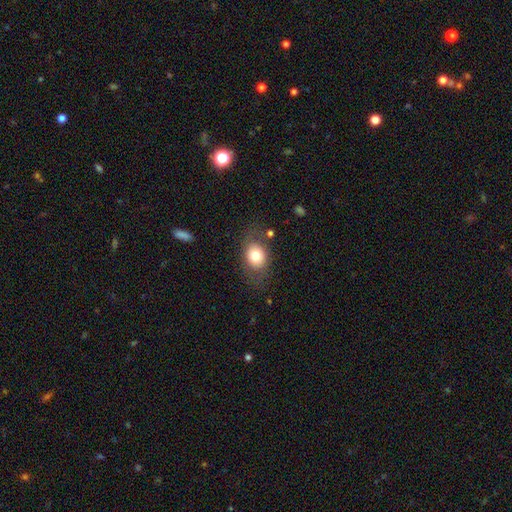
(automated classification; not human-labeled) A smooth galaxy with no disk features (76%) that is in between round and cigar-shaped (54%). Merging: none (74%).